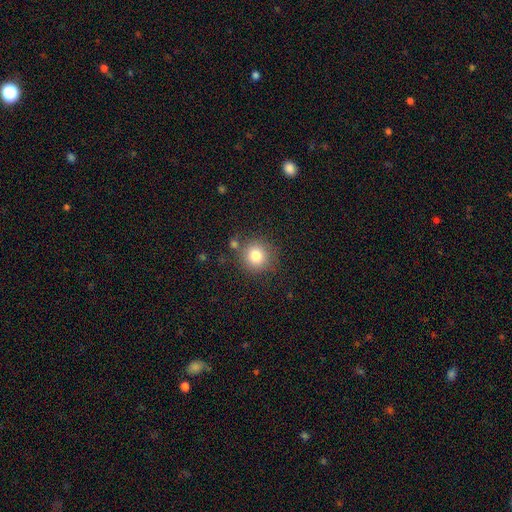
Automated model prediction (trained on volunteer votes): A smooth galaxy with no disk features (80%) that is round (90%).

Vote fractions:
- Smooth or featured? smooth: 80% / star or artifact: 12% / featured or disk: 9%
- How rounded? round: 90% / in between: 9% / cigar-shaped: 1%
- Merging? none: 79% / minor disturbance: 11% / merger: 7% / major disturbance: 4%